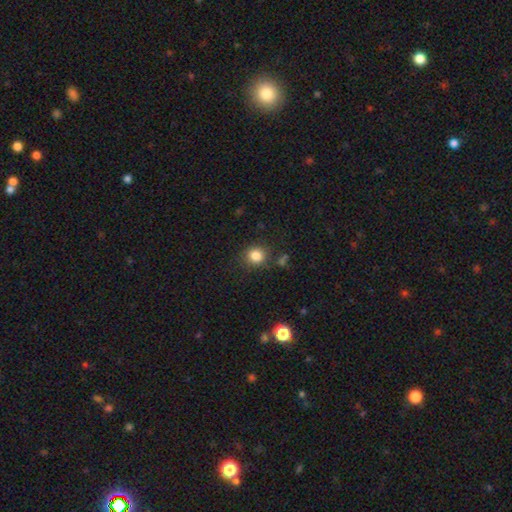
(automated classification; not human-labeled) Smooth or featured? Predicted: smooth (p=0.83). How rounded? Predicted: round (p=0.85). Merging? Predicted: none (p=0.83).